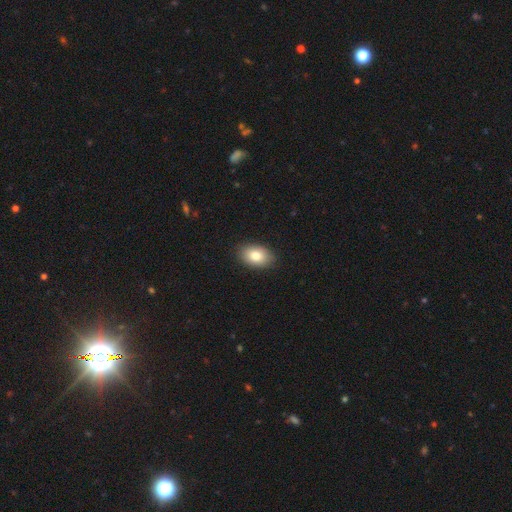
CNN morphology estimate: Smooth or featured? Predicted: smooth (p=0.83). How rounded? Predicted: in between (p=0.88). Merging? Predicted: none (p=0.88).